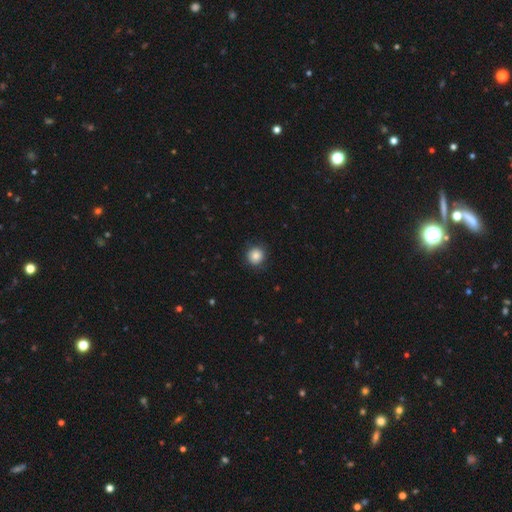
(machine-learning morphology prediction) Smooth or featured: smooth — 84% (star or artifact — 10%)
How rounded: round — 91% (in between — 8%)
Merging: none — 86% (minor disturbance — 10%)